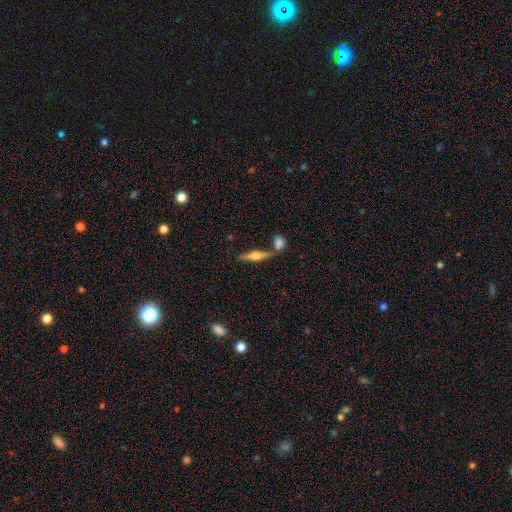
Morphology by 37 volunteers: featured or disk 70%, smooth 24%, star or artifact 5%. Down the decision tree: edge-on disk — yes (96%); edge-on bulge — rounded (92%); merging — none (80%).